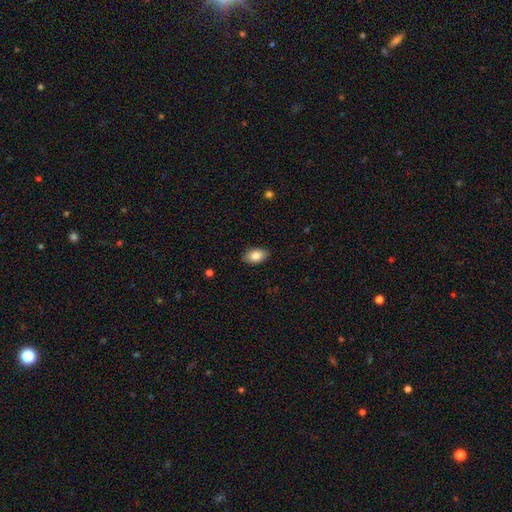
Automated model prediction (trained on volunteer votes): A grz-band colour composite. It shows a smooth galaxy with no disk features (83%) that is in between round and cigar-shaped (91%). Merging: none (88%).